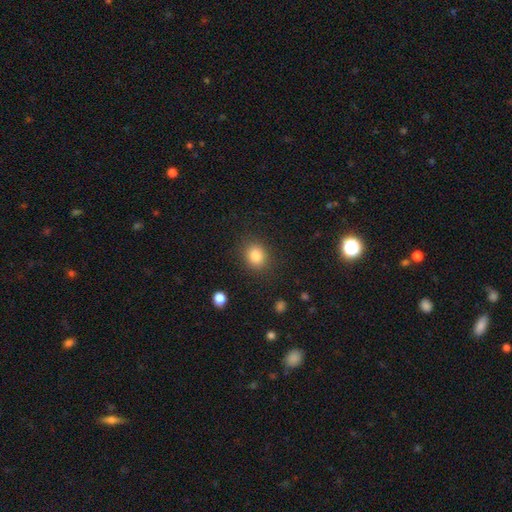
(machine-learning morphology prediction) smooth_or_featured: smooth (p=0.84) [alt: star or artifact p=0.10]
how_rounded: round (p=0.69) [alt: in between p=0.30]
merging: none (p=0.86) [alt: minor disturbance p=0.09]